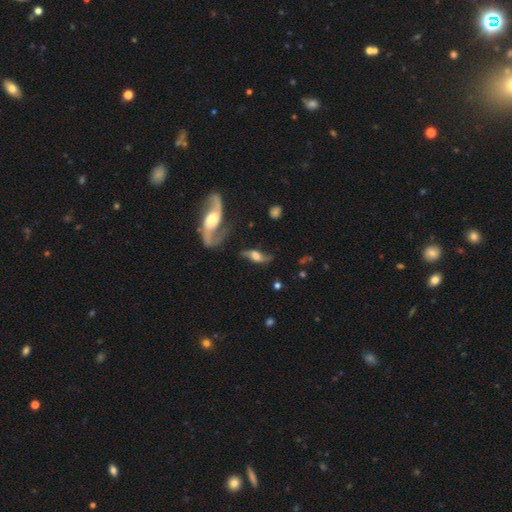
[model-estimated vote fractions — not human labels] smooth-or-featured: featured or disk: 73% | smooth: 19% | star or artifact: 8%
  disk-edge-on: no: 77% | yes: 23%
    bar: no: 51% | weak: 35% | strong: 13%
    has-spiral-arms: yes: 89% | no: 11%
    bulge-size: large: 35% | moderate: 33% | small: 16% | none: 8% | dominant: 6%
  merging: none: 55% | minor disturbance: 20% | major disturbance: 18% | merger: 8%